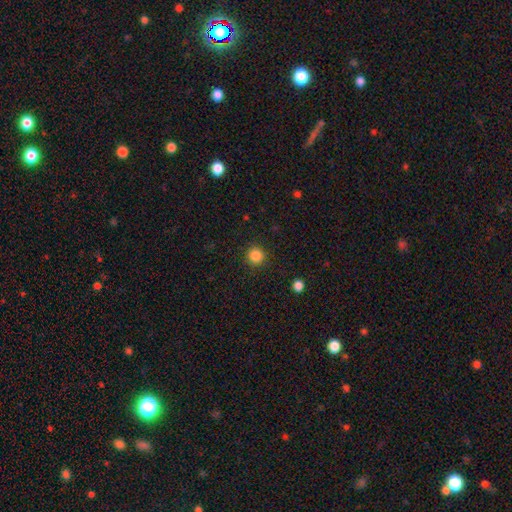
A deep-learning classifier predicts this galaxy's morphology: Overall: smooth (85%). How rounded: round (95%). Merging: none (92%).